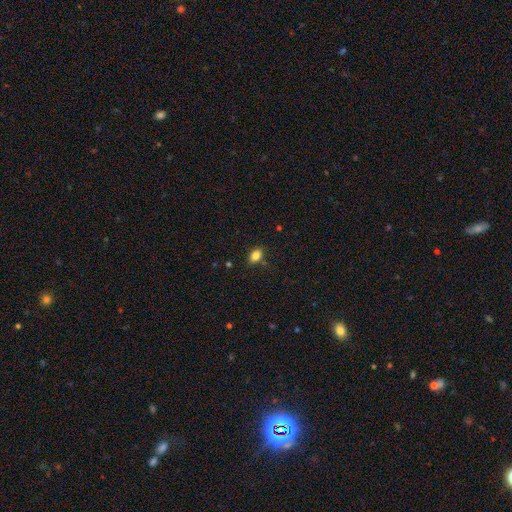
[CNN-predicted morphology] Smooth or featured?
  - smooth: 83% *
  - star or artifact: 10%
  - featured or disk: 7%
How rounded?
  - in between: 81% *
  - round: 17%
  - cigar-shaped: 2%
Merging?
  - none: 81% *
  - minor disturbance: 13%
  - merger: 3%
  - major disturbance: 3%